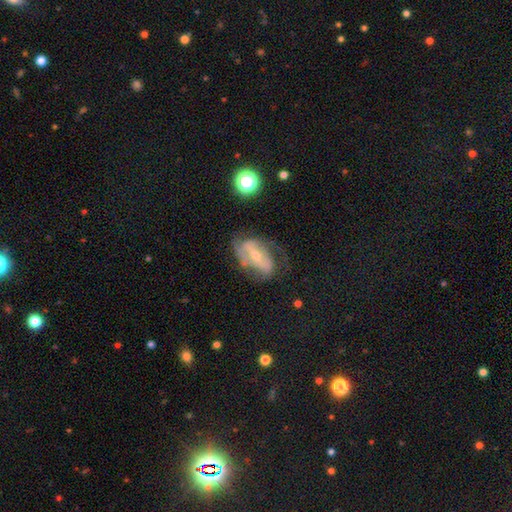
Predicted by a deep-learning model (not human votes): smooth_or_featured: featured or disk (p=0.72) [alt: smooth p=0.19]
disk_edge_on: no (p=0.92) [alt: yes p=0.08]
bar: strong (p=0.49) [alt: weak p=0.30]
has_spiral_arms: yes (p=0.73) [alt: no p=0.27]
bulge_size: small (p=0.58) [alt: moderate p=0.38]
merging: none (p=0.51) [alt: minor disturbance p=0.25]